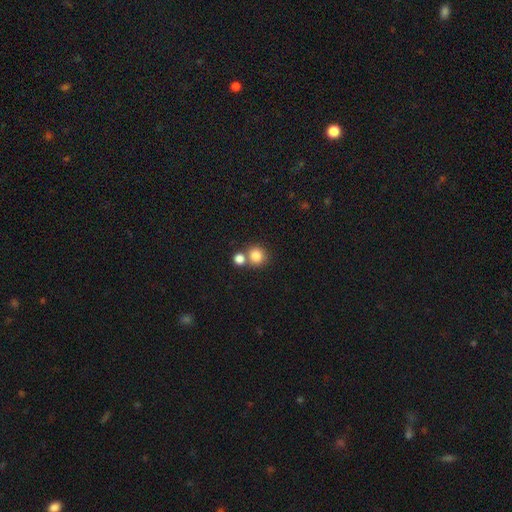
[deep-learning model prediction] This appears to be a smooth galaxy with no disk features (83%) that is round (87%). Merging: none (57%).